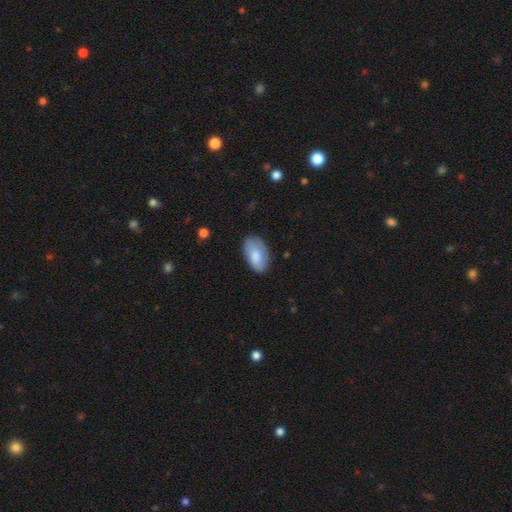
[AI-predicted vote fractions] This appears to be a smooth galaxy with no disk features (79%) that is in between round and cigar-shaped (95%). Merging: none (76%).